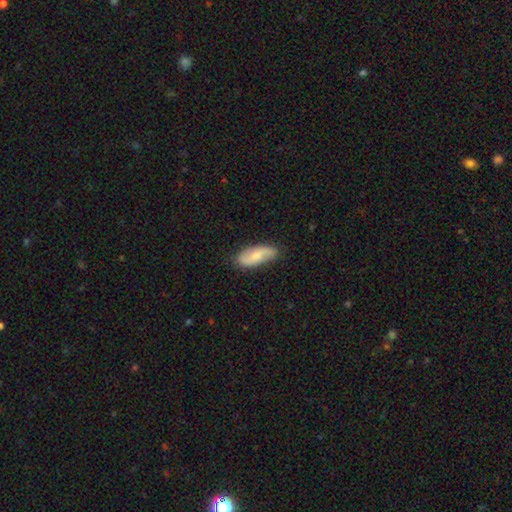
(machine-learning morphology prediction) Q: Smooth or featured?
A: smooth (53%); runner-up: featured or disk (41%)
Q: How rounded?
A: in between (73%); runner-up: cigar-shaped (24%)
Q: Merging?
A: none (82%); runner-up: minor disturbance (15%)